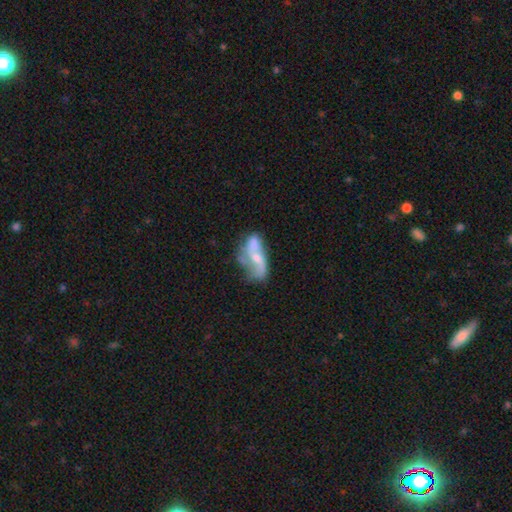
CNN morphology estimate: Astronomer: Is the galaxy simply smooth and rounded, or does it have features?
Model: featured or disk — 60%.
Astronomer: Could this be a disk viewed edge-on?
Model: no — 93%.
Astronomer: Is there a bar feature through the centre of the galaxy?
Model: no — 68%.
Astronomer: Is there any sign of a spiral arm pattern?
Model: yes — 56% (runner-up: no, 44%).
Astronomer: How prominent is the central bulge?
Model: moderate — 45% (runner-up: small, 38%).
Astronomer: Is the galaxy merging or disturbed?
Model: none — 31% (runner-up: merger, 26%).